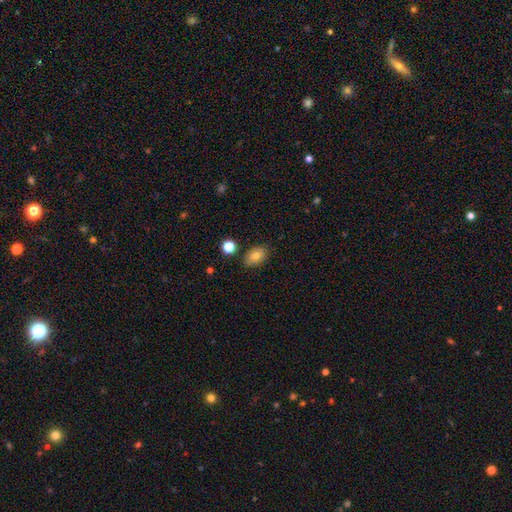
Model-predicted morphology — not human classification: This appears to be a smooth galaxy with no disk features (80%) that is in between round and cigar-shaped (85%). Merging: none (84%).